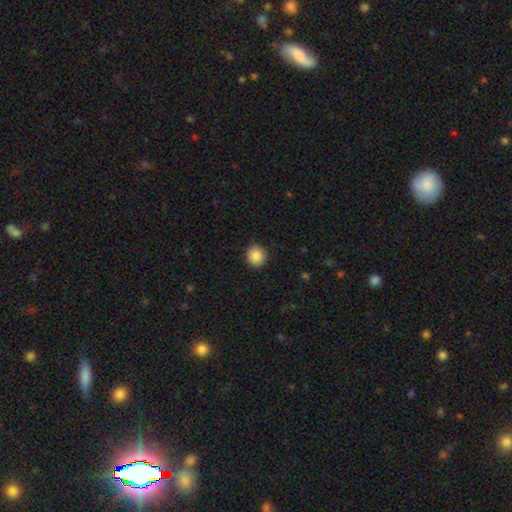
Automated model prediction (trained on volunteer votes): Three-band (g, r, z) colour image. It shows a smooth galaxy with no disk features (87%) that is round (89%). Merging: none (90%).